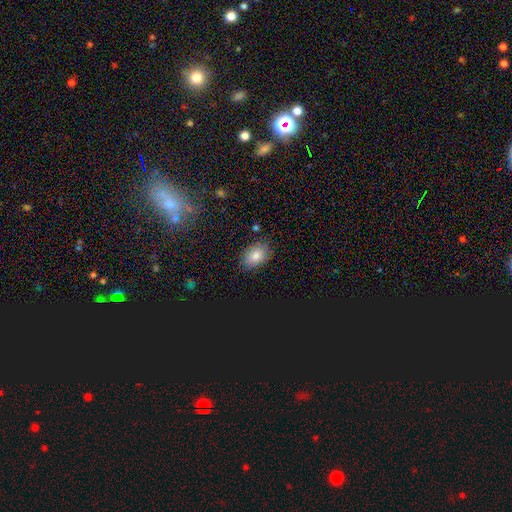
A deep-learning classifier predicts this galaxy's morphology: This appears to be a smooth galaxy with no disk features (80%) that is in between round and cigar-shaped (81%). Merging: none (82%).